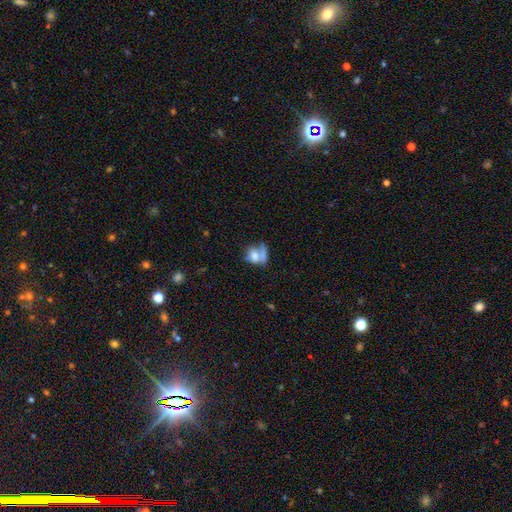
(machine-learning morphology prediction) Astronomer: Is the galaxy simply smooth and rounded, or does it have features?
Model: smooth — 62%.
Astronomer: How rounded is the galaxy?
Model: in between — 55% (runner-up: round, 38%).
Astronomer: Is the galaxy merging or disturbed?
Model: merger — 40% (runner-up: none, 31%).